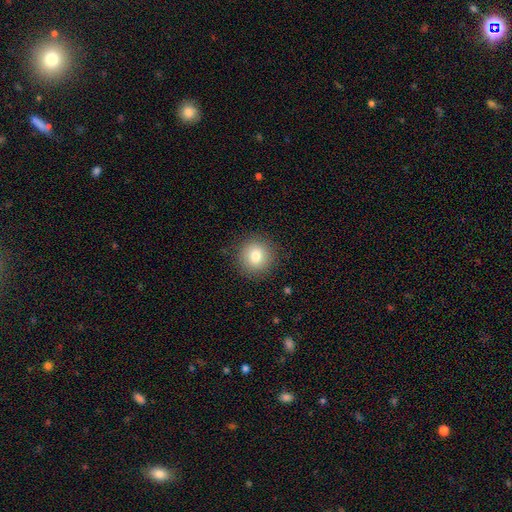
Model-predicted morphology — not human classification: Q: Smooth or featured?
A: smooth (80%); runner-up: star or artifact (10%)
Q: How rounded?
A: round (92%); runner-up: in between (7%)
Q: Merging?
A: none (89%); runner-up: minor disturbance (7%)